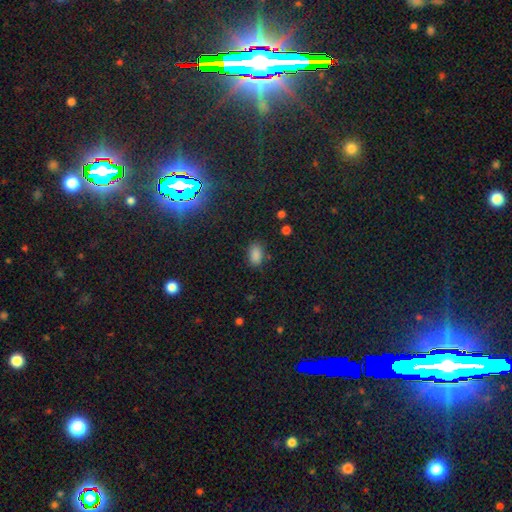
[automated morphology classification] Smooth or featured? smooth (84%)
How rounded? in between (89%)
Merging? none (78%)